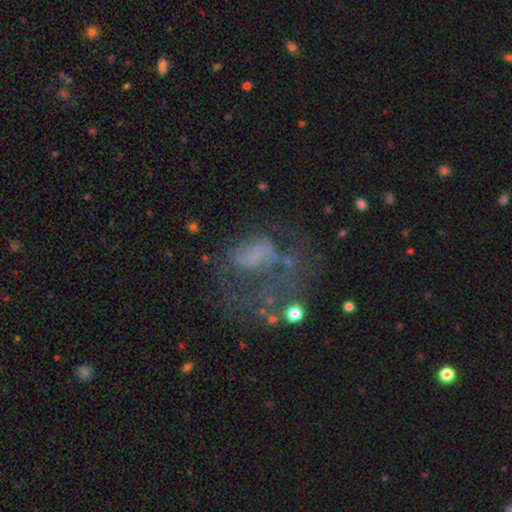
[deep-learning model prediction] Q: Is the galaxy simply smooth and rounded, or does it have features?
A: featured or disk — 50%.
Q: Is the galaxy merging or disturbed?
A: major disturbance — 54%.